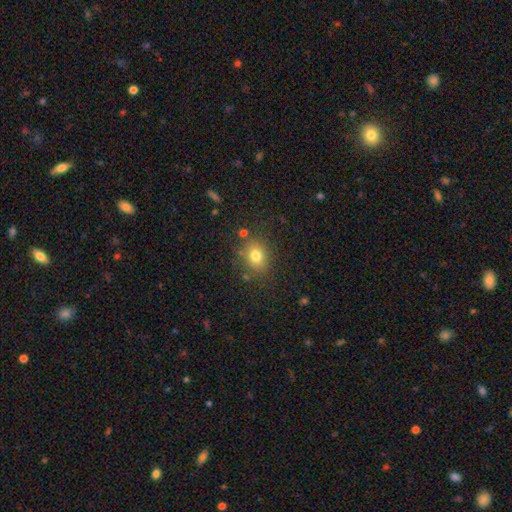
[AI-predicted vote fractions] Q: Smooth or featured?
A: smooth (77%); runner-up: star or artifact (13%)
Q: How rounded?
A: round (51%); runner-up: in between (48%)
Q: Merging?
A: none (79%); runner-up: minor disturbance (13%)